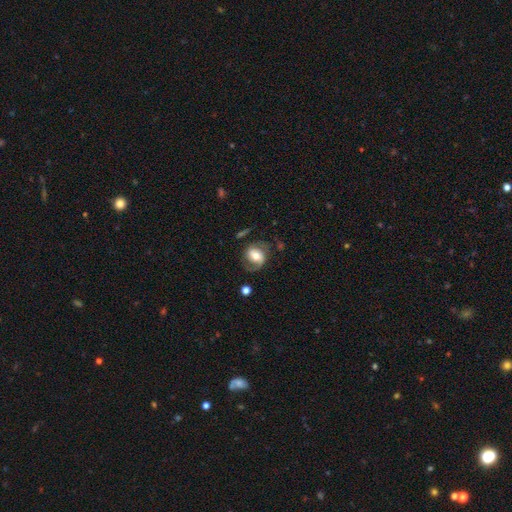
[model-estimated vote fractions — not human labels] featured or disk 54%, smooth 38%, star or artifact 7%. Down the decision tree: edge-on disk — no (96%); bar — no (40%); spiral arms — yes (78%); bulge size — moderate (59%); merging — none (63%).